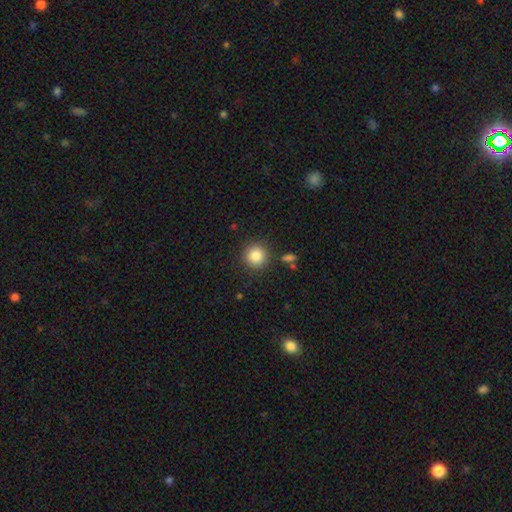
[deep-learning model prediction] A smooth galaxy with no disk features (85%) that is round (94%). Merging: none (87%).